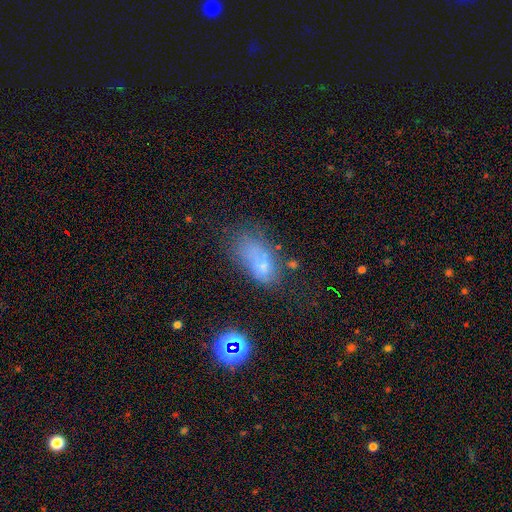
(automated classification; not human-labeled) Smooth or featured? Predicted: smooth (p=0.58). How rounded? Predicted: in between (p=0.86). Merging? Predicted: none (p=0.39).